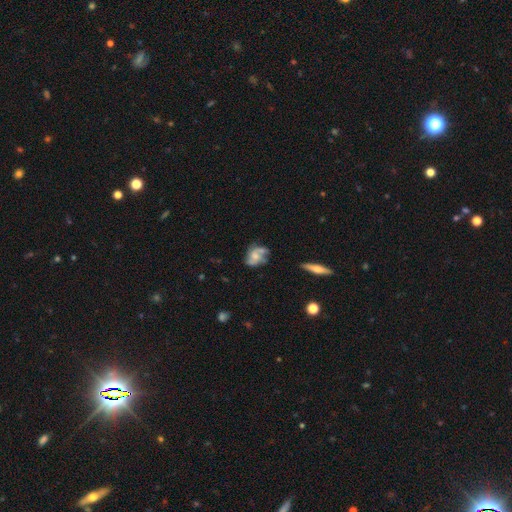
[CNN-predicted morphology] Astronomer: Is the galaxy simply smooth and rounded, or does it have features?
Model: featured or disk — 61%.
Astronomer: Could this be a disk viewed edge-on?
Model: no — 95%.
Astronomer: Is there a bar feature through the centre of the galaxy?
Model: no — 74%.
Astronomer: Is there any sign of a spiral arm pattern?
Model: yes — 74%.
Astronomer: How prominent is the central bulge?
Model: moderate — 39% (runner-up: small, 37%).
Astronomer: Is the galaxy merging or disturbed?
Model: none — 50% (runner-up: minor disturbance, 25%).